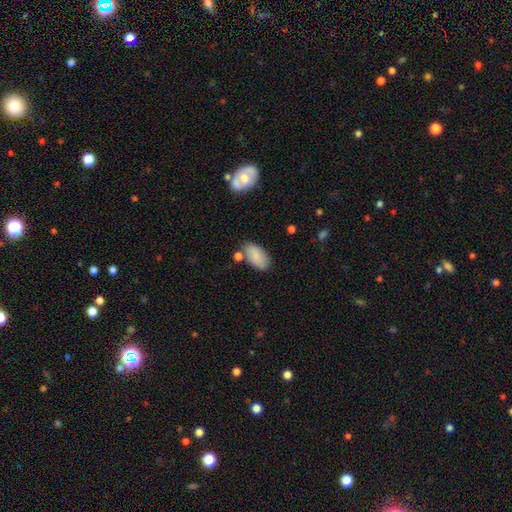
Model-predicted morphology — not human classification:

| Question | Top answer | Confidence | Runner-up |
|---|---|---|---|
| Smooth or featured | smooth | 84% | featured or disk (9%) |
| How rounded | in between | 94% | round (3%) |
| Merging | none | 71% | minor disturbance (16%) |